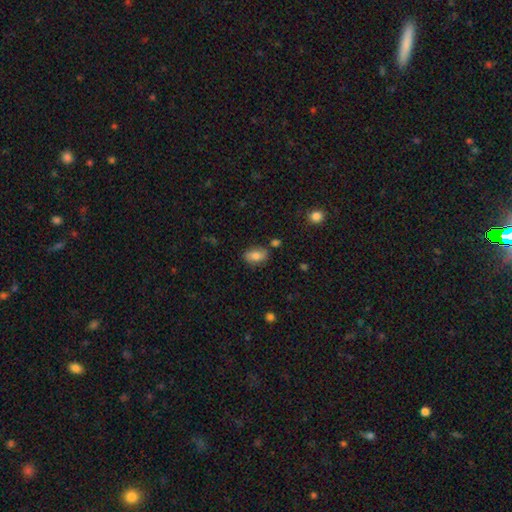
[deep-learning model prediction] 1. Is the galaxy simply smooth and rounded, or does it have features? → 78% smooth, 13% featured or disk, 9% star or artifact.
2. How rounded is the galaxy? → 87% in between, 10% round, 3% cigar-shaped.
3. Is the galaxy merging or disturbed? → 75% none, 16% minor disturbance, 5% merger, 4% major disturbance.